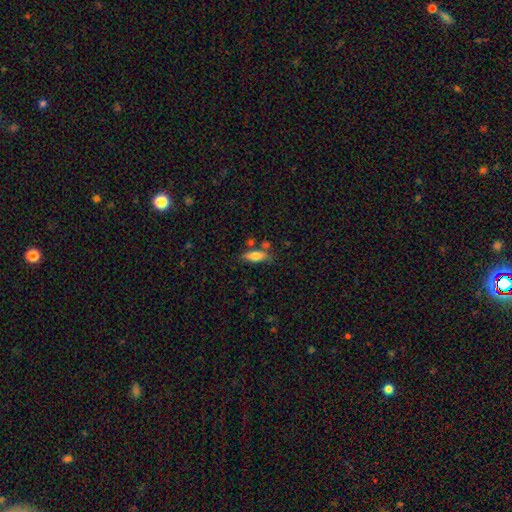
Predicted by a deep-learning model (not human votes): This is likely a smooth galaxy (70%). How rounded: likely in between (60%). Merging: likely none (60%).